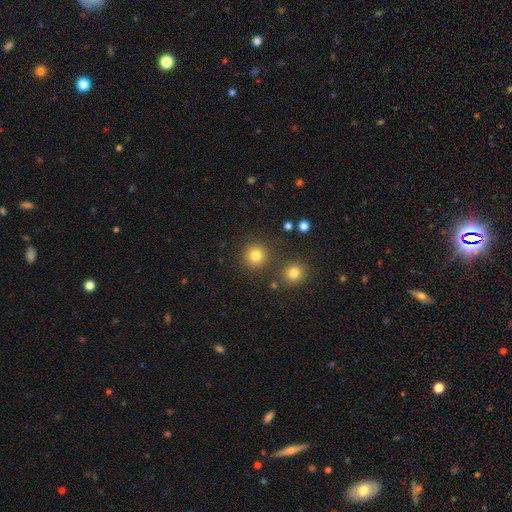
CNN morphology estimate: Overall: smooth (81%). How rounded: round (94%). Merging: none (86%).